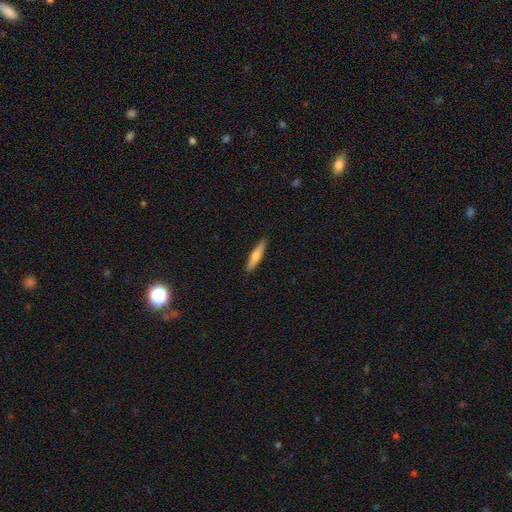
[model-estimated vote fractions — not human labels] A smooth galaxy with no disk features (62%) that is cigar-shaped (86%). Merging: none (90%).